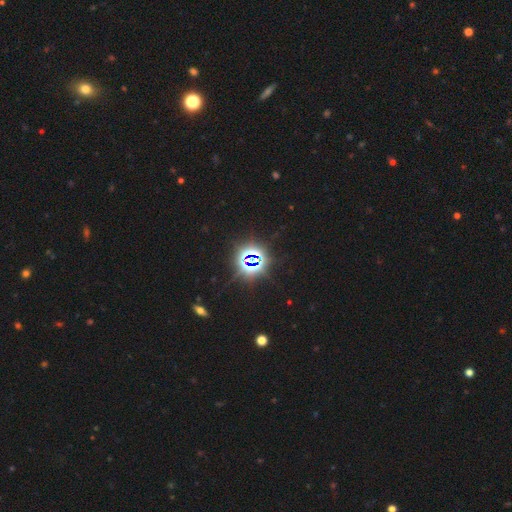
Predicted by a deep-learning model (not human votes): Smooth or featured? Predicted: star or artifact (p=0.82).